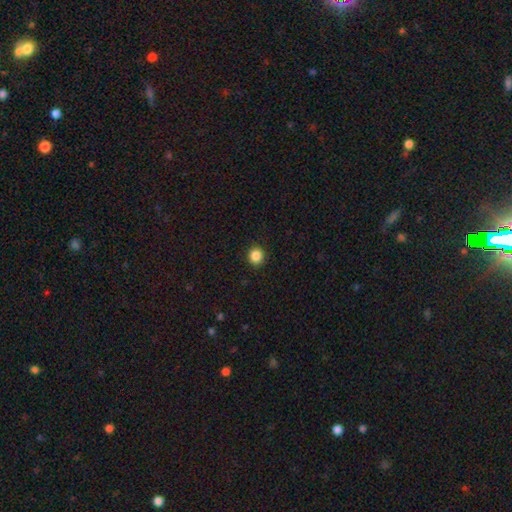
Smooth or featured?
  - smooth: 97% *
  - star or artifact: 3%
  - featured or disk: 0%
How rounded?
  - round: 71% *
  - in between: 29%
  - cigar-shaped: 0%
Merging?
  - none: 76% *
  - minor disturbance: 18%
  - major disturbance: 3%
  - merger: 3%